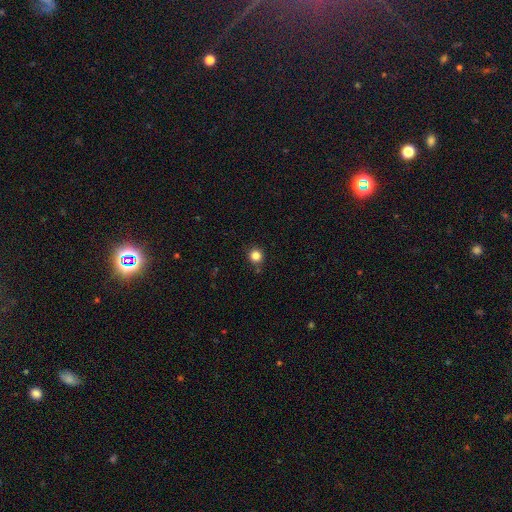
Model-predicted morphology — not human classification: Smooth or featured? smooth (84%)
How rounded? round (92%)
Merging? none (86%)